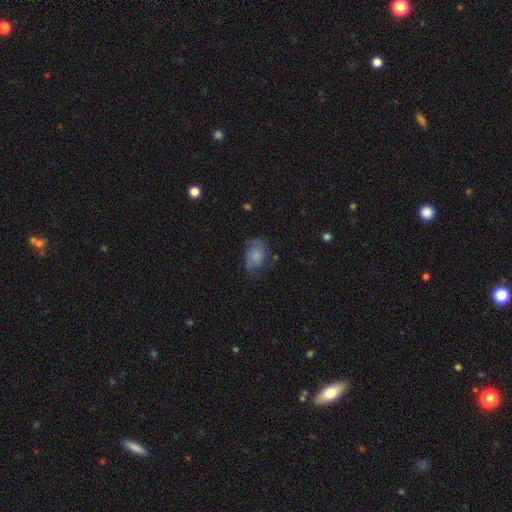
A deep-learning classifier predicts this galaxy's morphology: This appears to be a smooth galaxy with no disk features (62%) that is in between round and cigar-shaped (79%). Merging: none (47%).